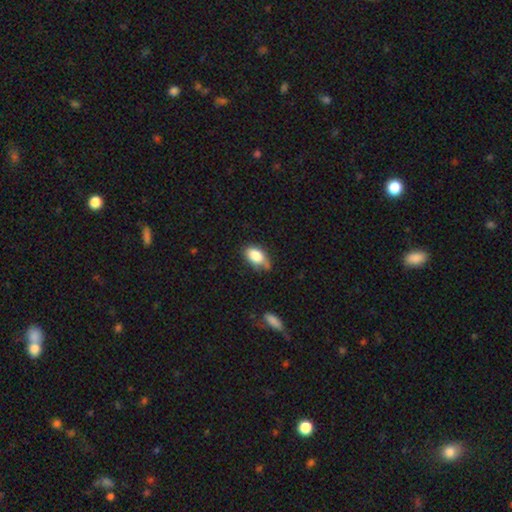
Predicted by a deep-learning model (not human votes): This appears to be a smooth galaxy with no disk features (84%) that is in between round and cigar-shaped (91%). Merging: none (53%).